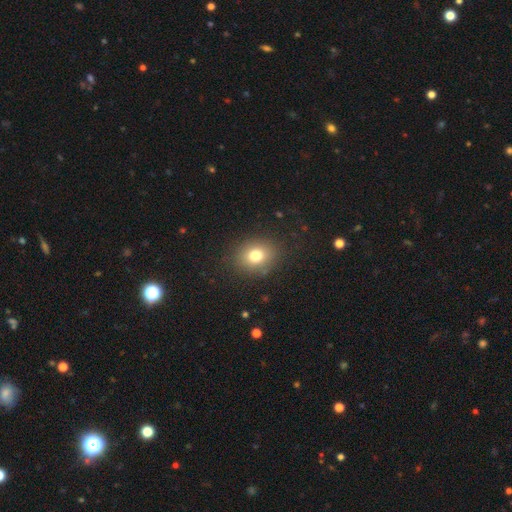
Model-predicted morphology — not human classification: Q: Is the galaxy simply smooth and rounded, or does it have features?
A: smooth — 77%.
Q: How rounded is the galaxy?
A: round — 59%.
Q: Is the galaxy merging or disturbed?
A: none — 86%.